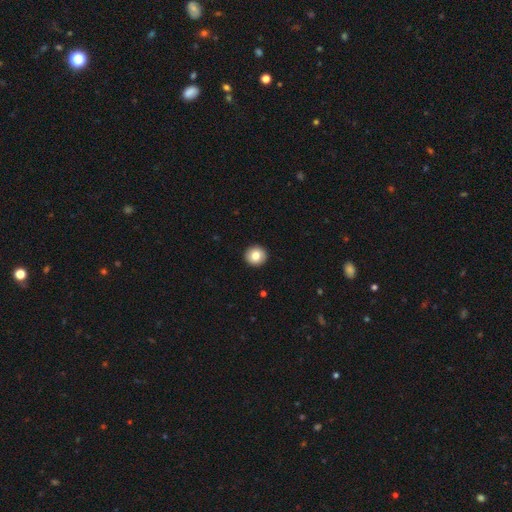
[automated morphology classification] A smooth galaxy with no disk features (82%) that is round (94%).

Vote fractions:
- Smooth or featured? smooth: 82% / featured or disk: 10% / star or artifact: 8%
- How rounded? round: 94% / in between: 5% / cigar-shaped: 1%
- Merging? none: 94% / minor disturbance: 4% / major disturbance: 1% / merger: 1%